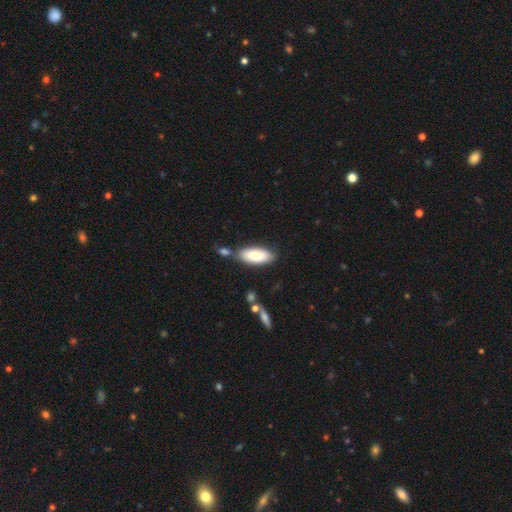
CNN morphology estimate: smooth-or-featured: smooth: 79% | featured or disk: 15% | star or artifact: 6%
  how-rounded: in between: 80% | cigar-shaped: 18% | round: 2%
  merging: none: 72% | minor disturbance: 13% | merger: 12% | major disturbance: 3%